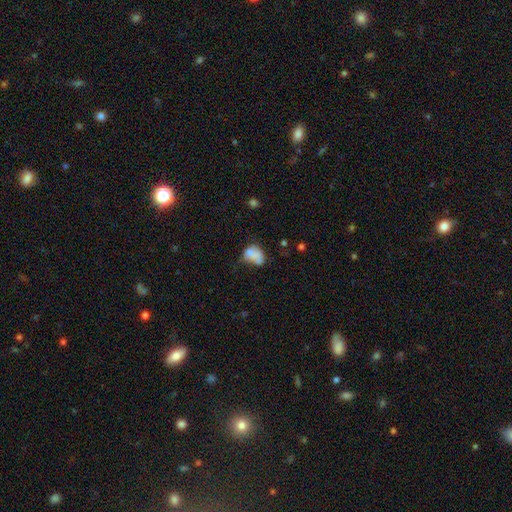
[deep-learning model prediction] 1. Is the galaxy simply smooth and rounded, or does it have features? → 68% smooth, 21% featured or disk, 11% star or artifact.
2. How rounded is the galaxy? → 71% in between, 28% round, 1% cigar-shaped.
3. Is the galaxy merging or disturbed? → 29% minor disturbance, 28% none, 22% major disturbance, 22% merger.